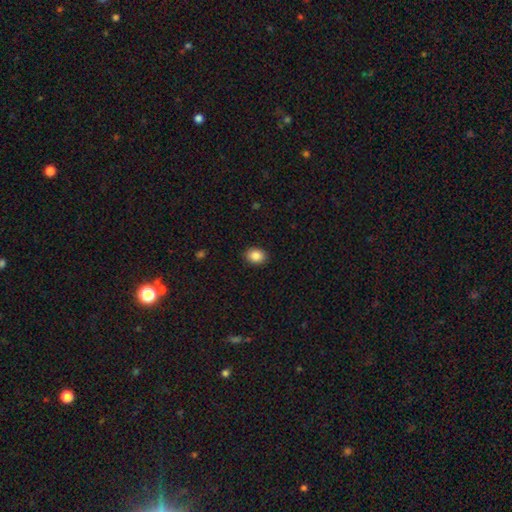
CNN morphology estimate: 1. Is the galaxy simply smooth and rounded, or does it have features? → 87% smooth, 8% star or artifact, 4% featured or disk.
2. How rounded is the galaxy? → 62% in between, 37% round, 1% cigar-shaped.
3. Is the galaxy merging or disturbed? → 90% none, 7% minor disturbance, 2% major disturbance, 1% merger.